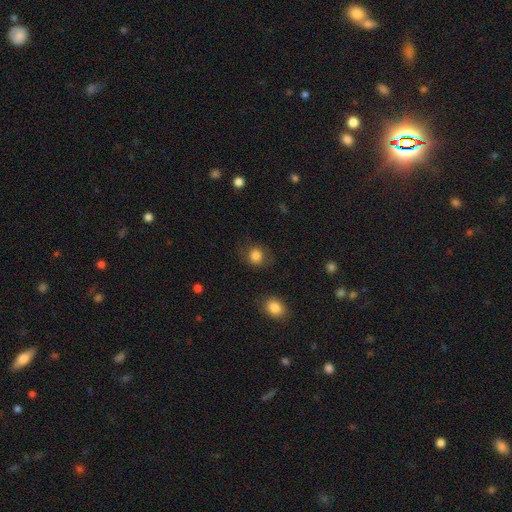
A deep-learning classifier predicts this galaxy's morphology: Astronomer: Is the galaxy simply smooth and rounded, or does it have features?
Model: smooth — 83%.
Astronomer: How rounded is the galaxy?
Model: round — 75%.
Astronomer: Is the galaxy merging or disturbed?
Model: none — 76%.